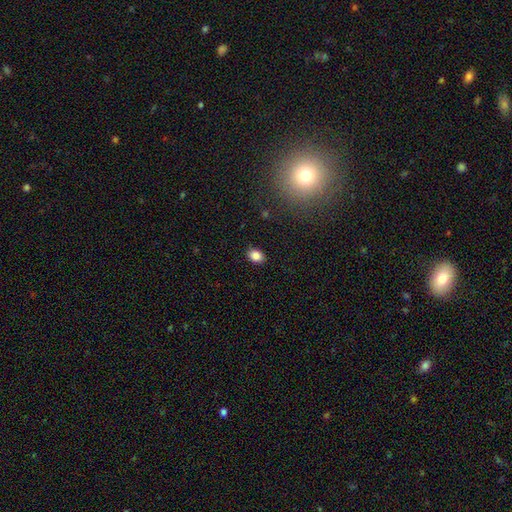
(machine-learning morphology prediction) Smooth or featured? smooth (86%)
How rounded? in between (66%)
Merging? none (86%)